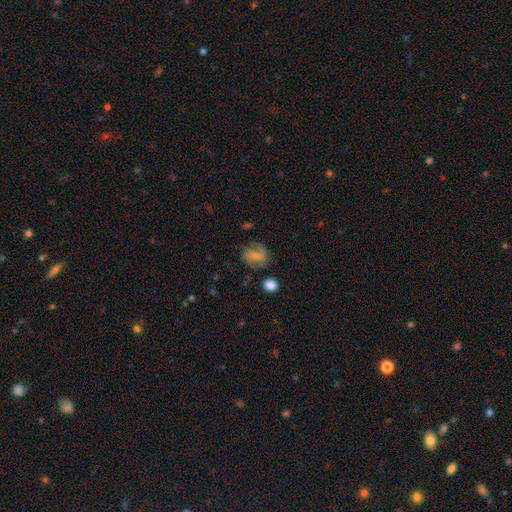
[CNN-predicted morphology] This appears to be a featured or disk galaxy (65%) with a weak bar (50%), 2 (84%) medium (49%) spiral arms (92%) and a small central bulge (56%). Merging: none (73%).